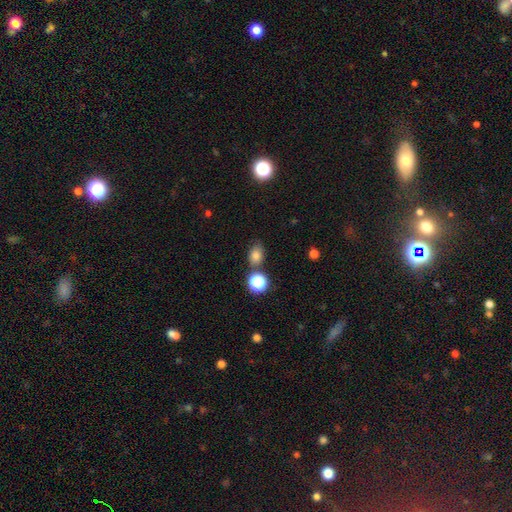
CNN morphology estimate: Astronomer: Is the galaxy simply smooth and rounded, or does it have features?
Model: smooth — 79%.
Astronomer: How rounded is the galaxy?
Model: in between — 67%.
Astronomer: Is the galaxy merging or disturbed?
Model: none — 70%.